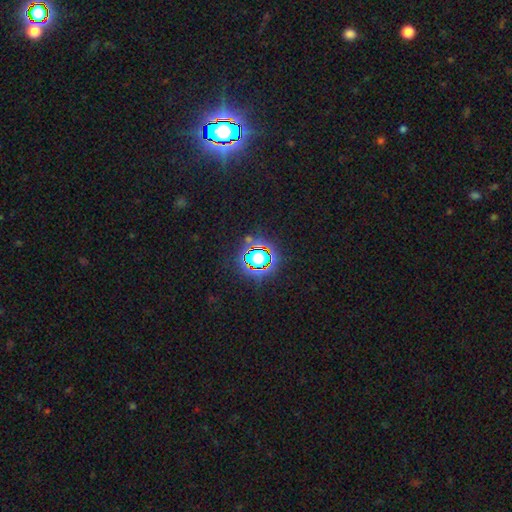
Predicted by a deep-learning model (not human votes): star or artifact 80%, smooth 12%, featured or disk 8%.